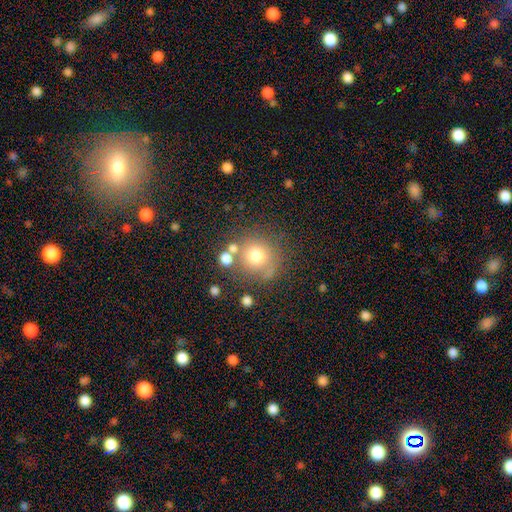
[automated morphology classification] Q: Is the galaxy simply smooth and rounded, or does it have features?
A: smooth — 71%.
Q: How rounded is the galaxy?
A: round — 91%.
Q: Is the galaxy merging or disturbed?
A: none — 67%.